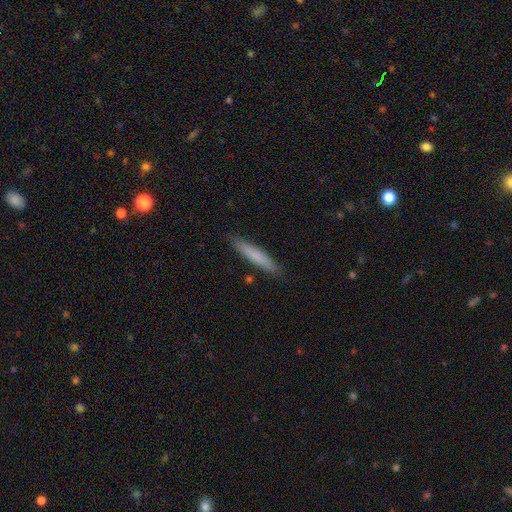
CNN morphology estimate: Smooth or featured?
  - smooth: 76% *
  - featured or disk: 19%
  - star or artifact: 6%
How rounded?
  - cigar-shaped: 93% *
  - in between: 5%
  - round: 1%
Merging?
  - none: 89% *
  - minor disturbance: 8%
  - major disturbance: 2%
  - merger: 1%